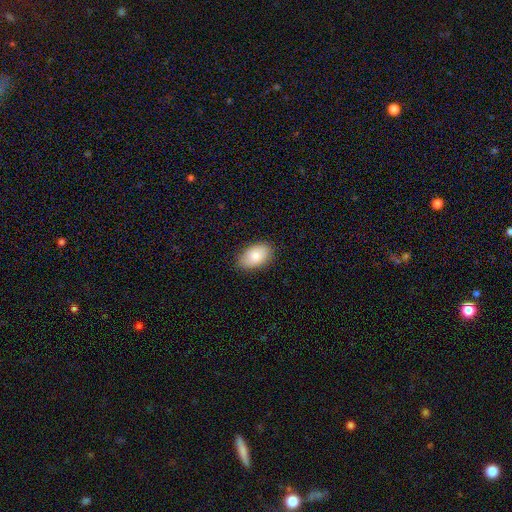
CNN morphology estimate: Smooth or featured? smooth (84%)
How rounded? in between (92%)
Merging? none (84%)